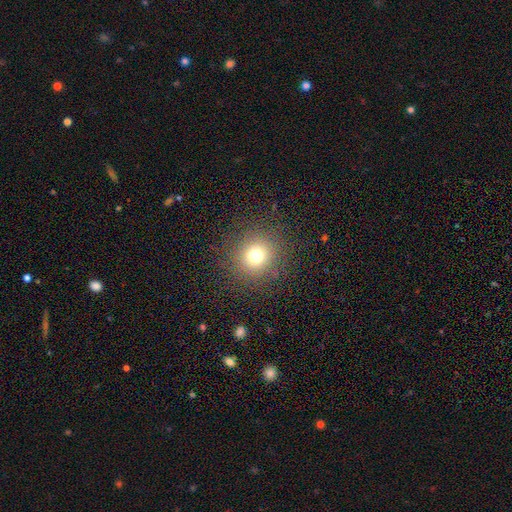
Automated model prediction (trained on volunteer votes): Smooth or featured?
  - smooth: 73% *
  - star or artifact: 17%
  - featured or disk: 10%
How rounded?
  - round: 91% *
  - in between: 8%
  - cigar-shaped: 1%
Merging?
  - none: 87% *
  - minor disturbance: 7%
  - major disturbance: 4%
  - merger: 1%